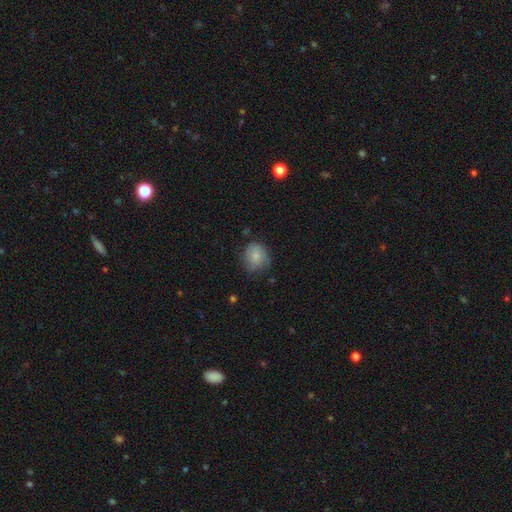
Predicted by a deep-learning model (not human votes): Smooth or featured? Predicted: smooth (p=0.78). How rounded? Predicted: round (p=0.72). Merging? Predicted: none (p=0.62).